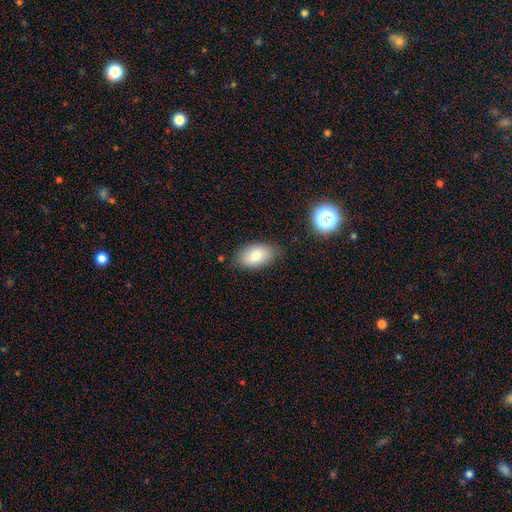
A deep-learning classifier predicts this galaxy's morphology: smooth 80%, featured or disk 13%, star or artifact 8%. Down the decision tree: how rounded — in between (92%); merging — none (80%).